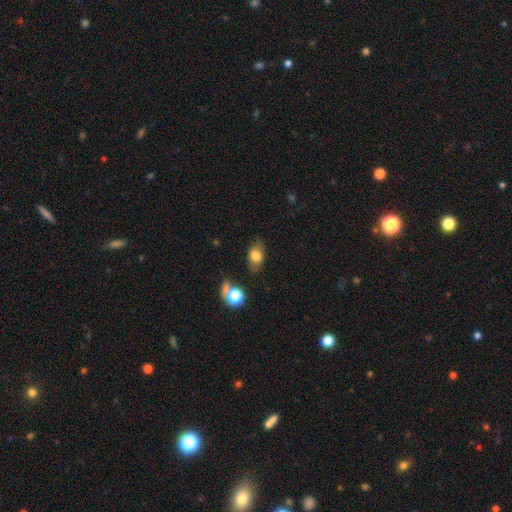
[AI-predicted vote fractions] A smooth galaxy with no disk features (72%) that is in between round and cigar-shaped (83%). Merging: none (73%).